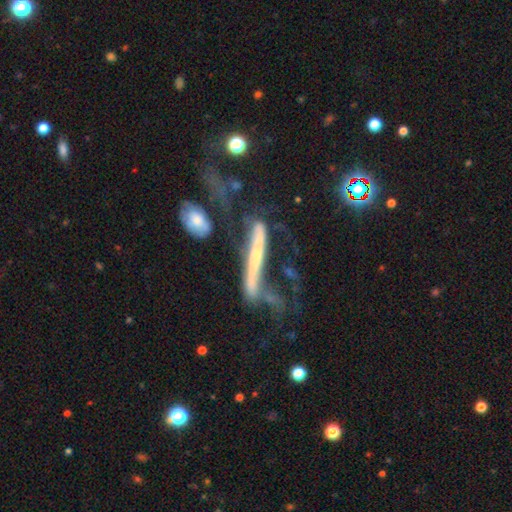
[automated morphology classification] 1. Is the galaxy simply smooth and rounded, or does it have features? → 67% featured or disk, 23% smooth, 10% star or artifact.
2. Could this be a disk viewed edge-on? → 69% yes, 31% no.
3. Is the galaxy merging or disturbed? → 37% major disturbance, 25% none, 21% merger, 17% minor disturbance.